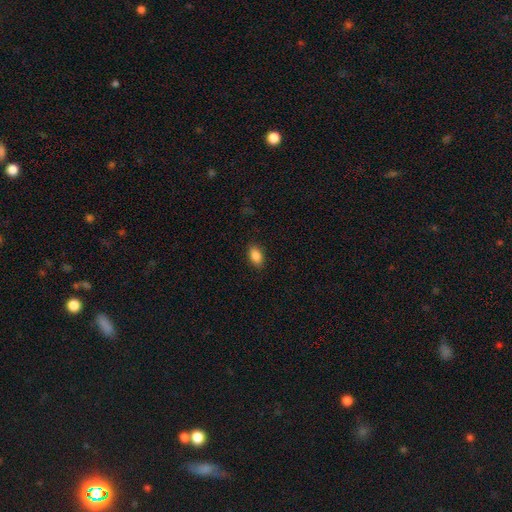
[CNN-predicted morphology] This is clearly a smooth galaxy (87%). How rounded: clearly in between (90%). Merging: clearly none (88%).